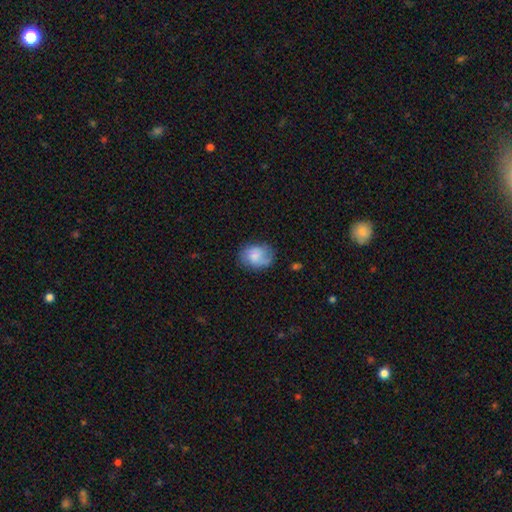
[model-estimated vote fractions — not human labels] Smooth or featured? Predicted: smooth (p=0.72). How rounded? Predicted: in between (p=0.61). Merging? Predicted: none (p=0.65).